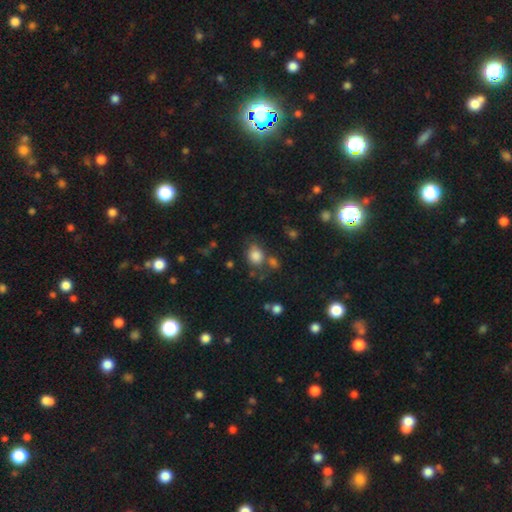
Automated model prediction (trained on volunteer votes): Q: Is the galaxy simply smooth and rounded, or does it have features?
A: smooth — 82%.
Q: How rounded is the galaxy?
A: round — 55%.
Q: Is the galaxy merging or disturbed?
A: none — 57%.